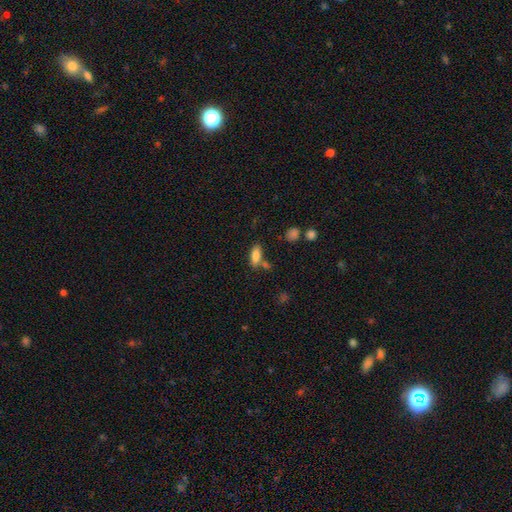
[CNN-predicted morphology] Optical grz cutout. It shows a smooth galaxy with no disk features (80%) that is in between round and cigar-shaped (74%). Merging: none (66%).